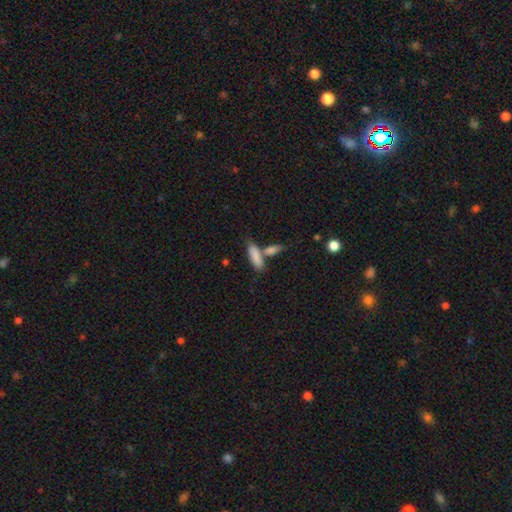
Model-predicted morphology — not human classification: This is clearly a smooth galaxy (85%). How rounded: possibly in between (53%). Merging: possibly none (52%).